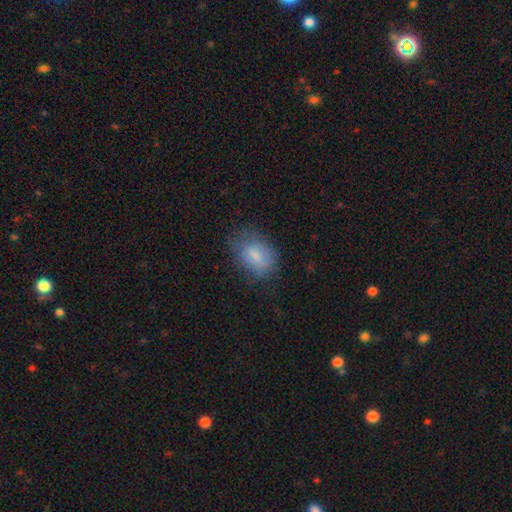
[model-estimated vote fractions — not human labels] Smooth or featured? Predicted: smooth (p=0.76). How rounded? Predicted: in between (p=0.78). Merging? Predicted: none (p=0.61).